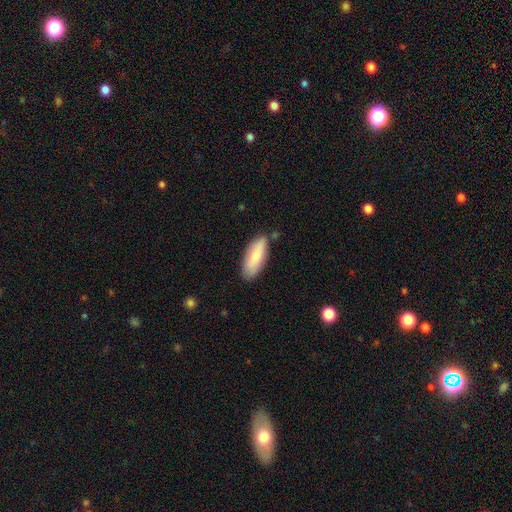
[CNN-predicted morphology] This appears to be a smooth galaxy with no disk features (76%) that is in between round and cigar-shaped (72%). Merging: none (78%).